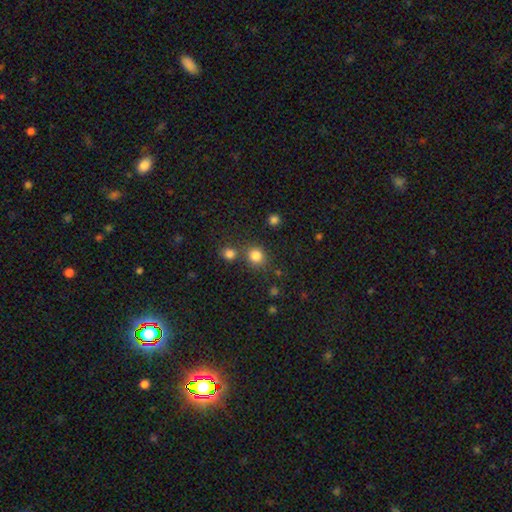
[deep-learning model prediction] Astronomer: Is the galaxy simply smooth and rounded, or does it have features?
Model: smooth — 82%.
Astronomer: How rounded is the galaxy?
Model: round — 85%.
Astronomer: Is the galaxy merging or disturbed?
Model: none — 71%.